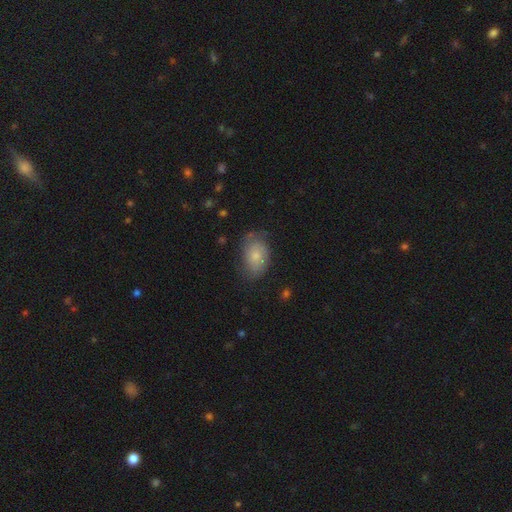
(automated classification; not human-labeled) This appears to be a smooth galaxy with no disk features (65%) that is in between round and cigar-shaped (86%). Merging: none (63%).